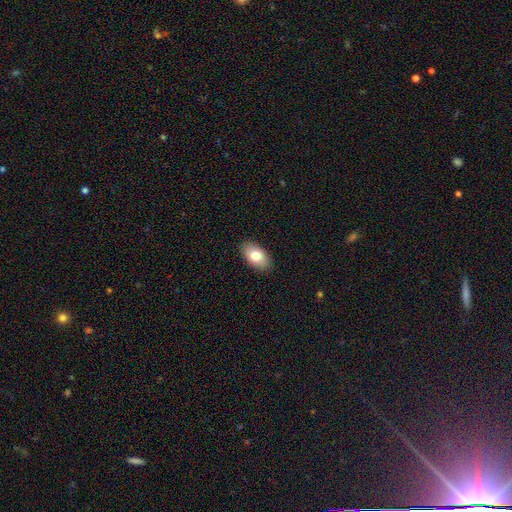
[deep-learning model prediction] Q: Smooth or featured?
A: smooth (79%); runner-up: featured or disk (14%)
Q: How rounded?
A: in between (93%); runner-up: round (5%)
Q: Merging?
A: none (89%); runner-up: minor disturbance (8%)